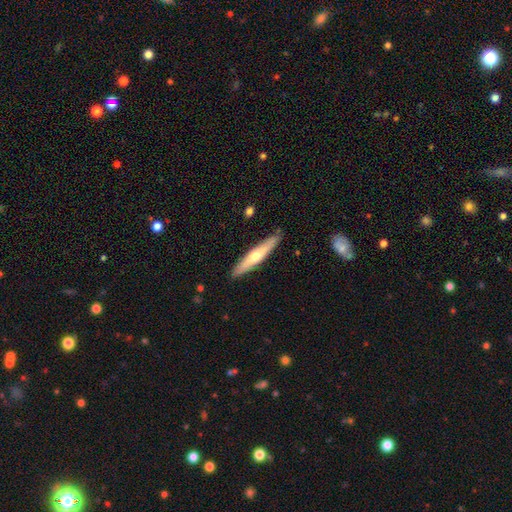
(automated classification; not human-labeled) smooth_or_featured: featured or disk (p=0.49) [alt: smooth p=0.46]
merging: none (p=0.89) [alt: minor disturbance p=0.08]